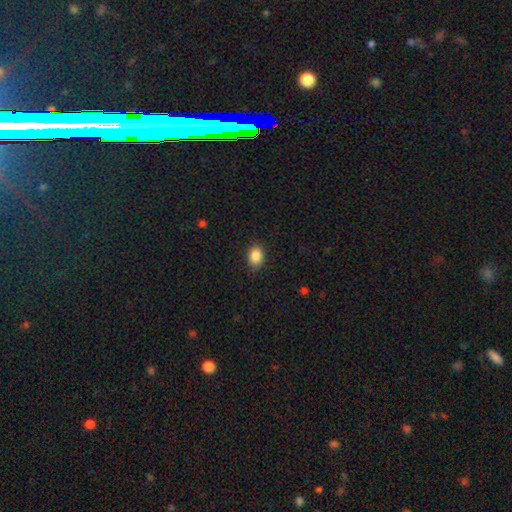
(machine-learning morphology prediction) This is clearly a smooth galaxy (87%). How rounded: likely in between (67%). Merging: clearly none (85%).